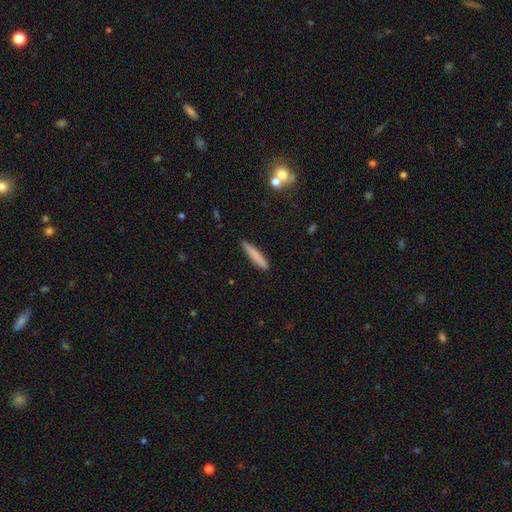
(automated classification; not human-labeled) smooth 79%, featured or disk 14%, star or artifact 7%. Down the decision tree: how rounded — cigar-shaped (93%); merging — none (88%).